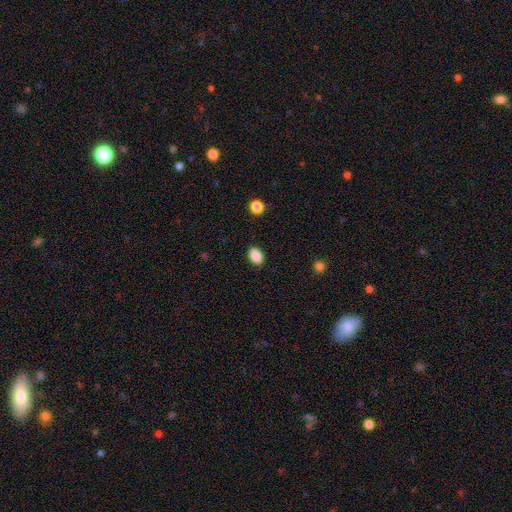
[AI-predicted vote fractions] Overall: smooth (89%). How rounded: in between (88%). Merging: none (89%).